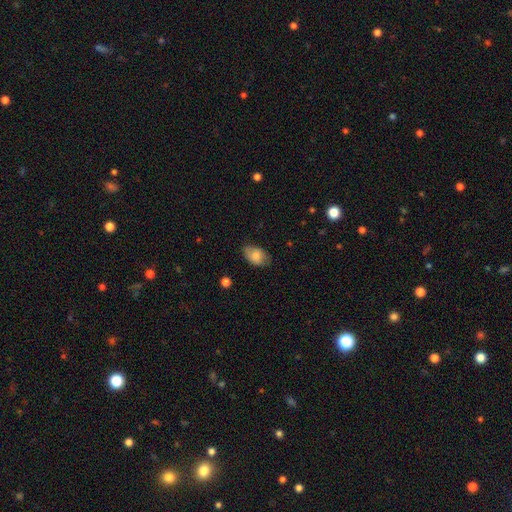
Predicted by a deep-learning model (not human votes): smooth_or_featured: smooth (p=0.79) [alt: featured or disk p=0.14]
how_rounded: in between (p=0.90) [alt: round p=0.09]
merging: none (p=0.76) [alt: minor disturbance p=0.20]